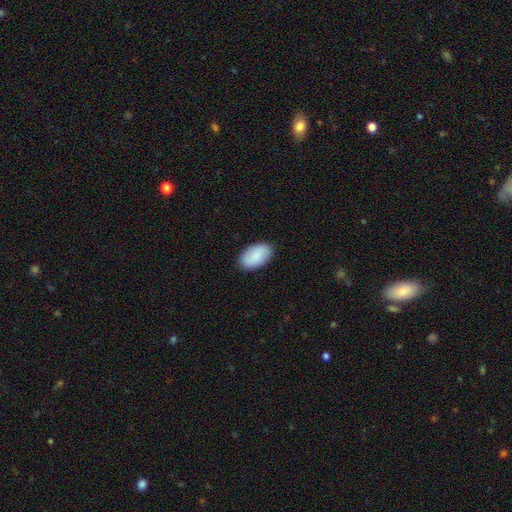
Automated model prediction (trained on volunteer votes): smooth_or_featured: smooth (p=0.84) [alt: featured or disk p=0.10]
how_rounded: in between (p=0.94) [alt: round p=0.05]
merging: none (p=0.88) [alt: minor disturbance p=0.09]